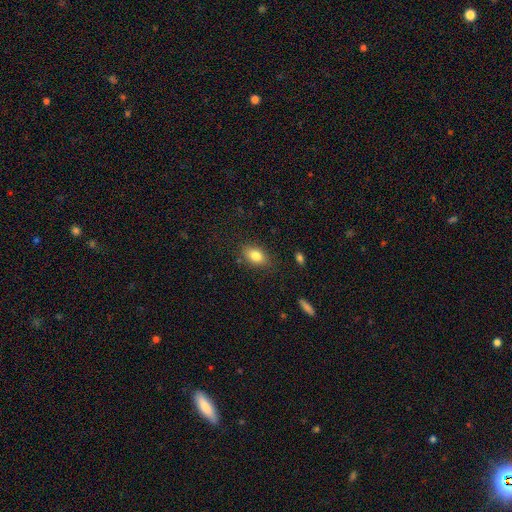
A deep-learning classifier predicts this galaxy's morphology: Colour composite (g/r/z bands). It shows a smooth galaxy with no disk features (82%) that is in between round and cigar-shaped (85%). Merging: none (82%).